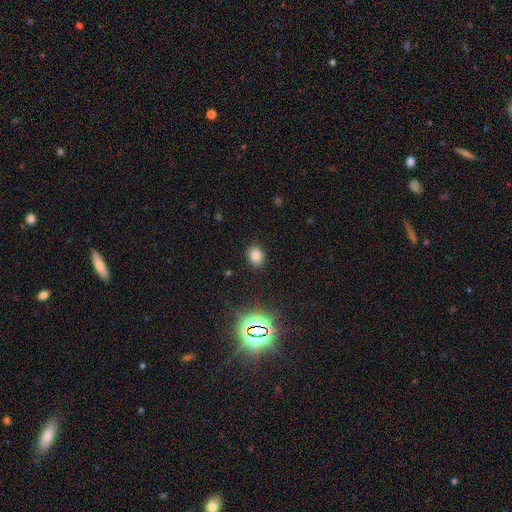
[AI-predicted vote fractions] smooth 80%, star or artifact 16%, featured or disk 4%. Down the decision tree: how rounded — in between (66%); merging — none (87%).